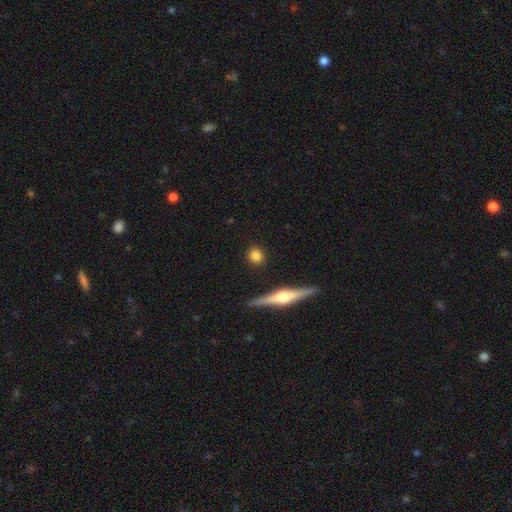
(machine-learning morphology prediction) smooth 80%, featured or disk 13%, star or artifact 8%. Down the decision tree: how rounded — round (83%); merging — none (90%).